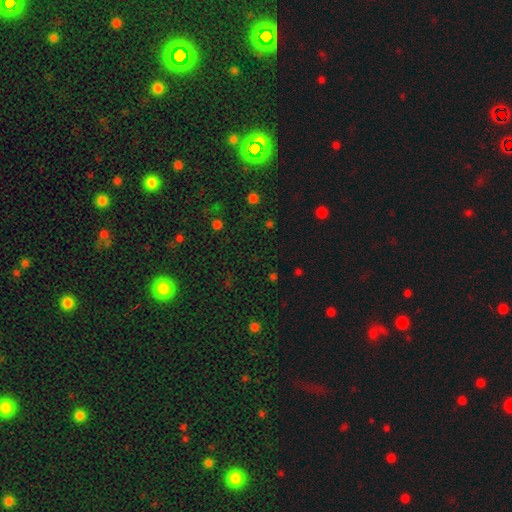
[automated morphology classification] The model was most divided on "smooth or featured": star or artifact: 59%, smooth: 32%, featured or disk: 8%.